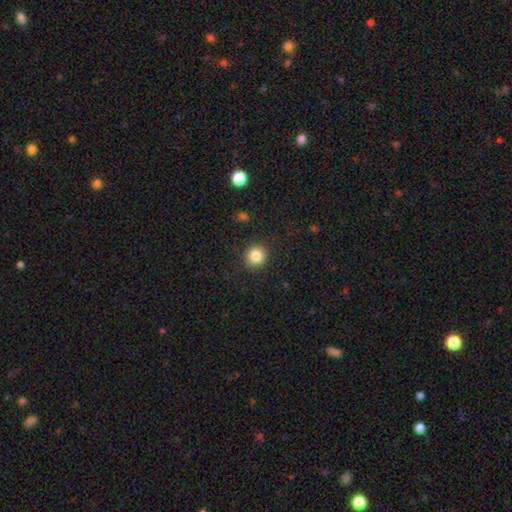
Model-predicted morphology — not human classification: Smooth or featured: smooth — 84% (star or artifact — 10%)
How rounded: round — 92% (in between — 7%)
Merging: none — 91% (minor disturbance — 6%)